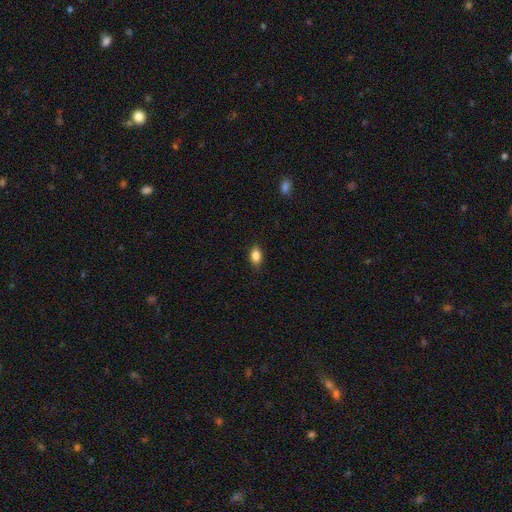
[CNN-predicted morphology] smooth 87%, star or artifact 9%, featured or disk 4%. Down the decision tree: how rounded — in between (85%); merging — none (86%).